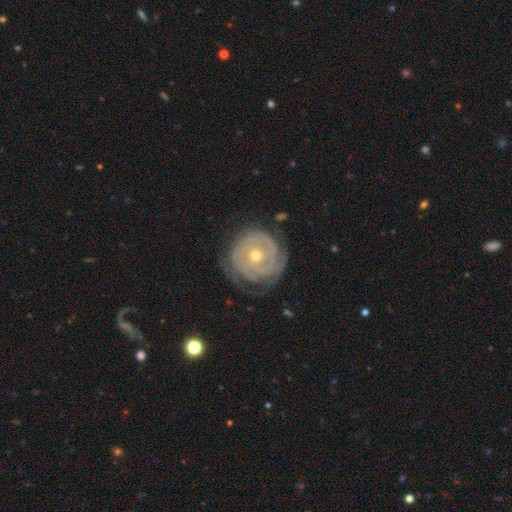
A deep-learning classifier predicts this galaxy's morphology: This is clearly a featured or disk galaxy (84%). It is clearly not viewed edge-on (97%). Bar: likely no (79%). Spiral arm pattern: clearly yes (94%). Spiral arm count: marginally can't tell (33%). Spiral winding: clearly tight (85%). Central bulge: possibly moderate (52%). Merging: likely none (72%).